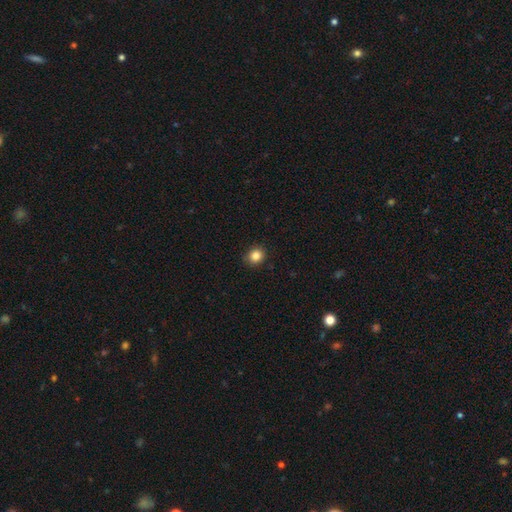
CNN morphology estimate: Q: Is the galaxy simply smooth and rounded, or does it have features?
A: smooth — 85%.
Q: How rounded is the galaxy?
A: round — 81%.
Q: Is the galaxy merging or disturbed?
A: none — 88%.